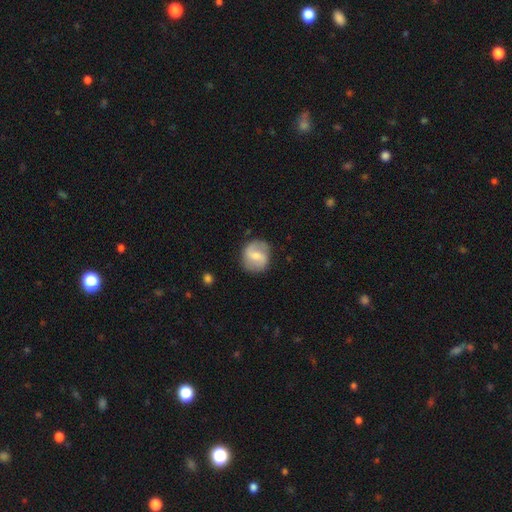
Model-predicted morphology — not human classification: This is likely a featured or disk galaxy (61%). It is clearly not viewed edge-on (98%). Bar: possibly weak (53%). Spiral arm pattern: clearly yes (86%). Spiral arm count: clearly 2 (86%). Spiral winding: marginally medium (43%). Central bulge: possibly moderate (47%). Merging: clearly none (80%).